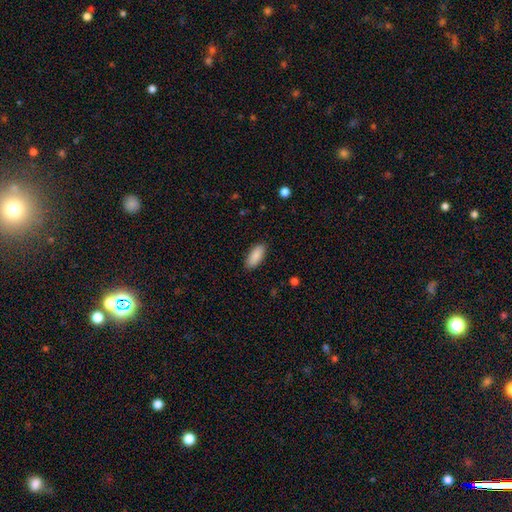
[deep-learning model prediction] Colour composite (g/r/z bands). It shows a smooth galaxy with no disk features (89%) that is in between round and cigar-shaped (83%). Merging: none (88%).